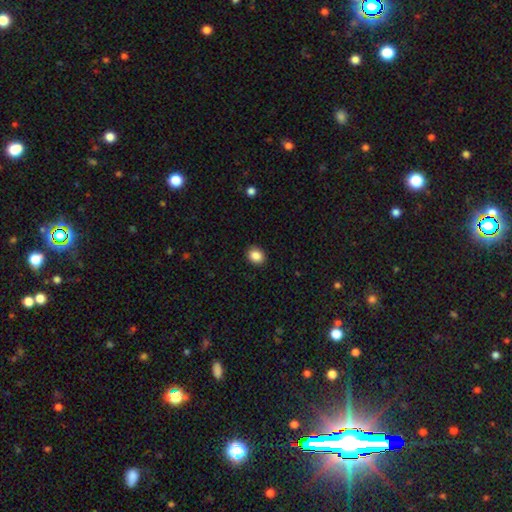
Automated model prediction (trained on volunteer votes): This is clearly a smooth galaxy (87%). How rounded: possibly round (60%). Merging: clearly none (90%).